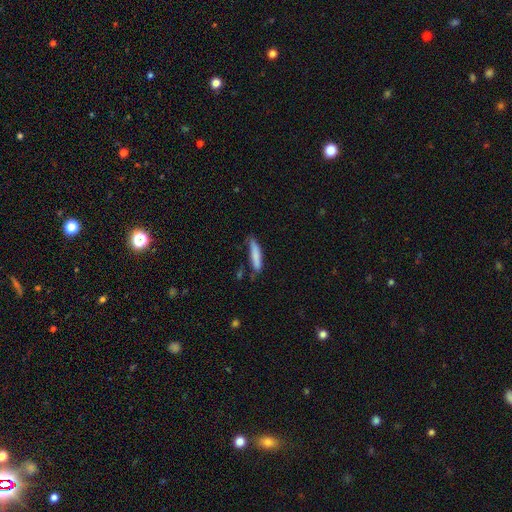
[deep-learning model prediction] This appears to be a smooth galaxy with no disk features (80%) that is cigar-shaped (85%). Merging: none (64%).